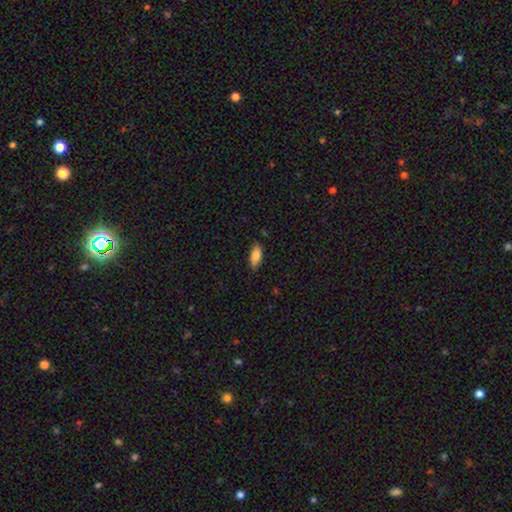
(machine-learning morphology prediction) type=smooth (85%); roundness=in between (84%); merging=none (84%).